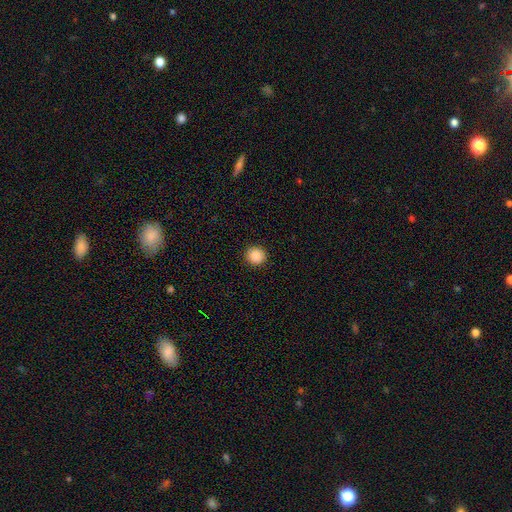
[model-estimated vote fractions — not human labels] smooth_or_featured: smooth (p=0.88) [alt: star or artifact p=0.09]
how_rounded: round (p=0.94) [alt: in between p=0.05]
merging: none (p=0.92) [alt: minor disturbance p=0.05]